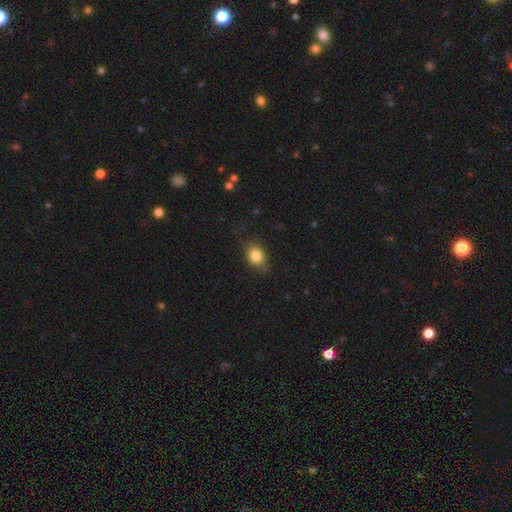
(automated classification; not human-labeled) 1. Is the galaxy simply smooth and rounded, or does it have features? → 84% smooth, 9% star or artifact, 7% featured or disk.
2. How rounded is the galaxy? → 56% in between, 42% round, 2% cigar-shaped.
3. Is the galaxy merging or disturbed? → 71% none, 22% minor disturbance, 6% major disturbance, 1% merger.